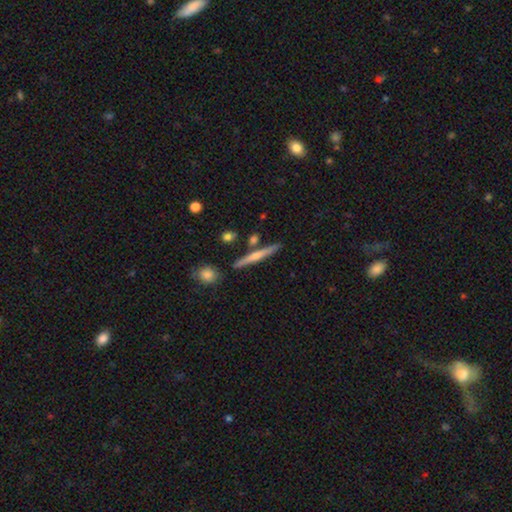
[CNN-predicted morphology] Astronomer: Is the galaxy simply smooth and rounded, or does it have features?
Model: featured or disk — 63%.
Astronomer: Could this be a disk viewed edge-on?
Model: yes — 97%.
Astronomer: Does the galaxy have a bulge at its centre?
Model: rounded — 66%.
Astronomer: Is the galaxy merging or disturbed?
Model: none — 85%.